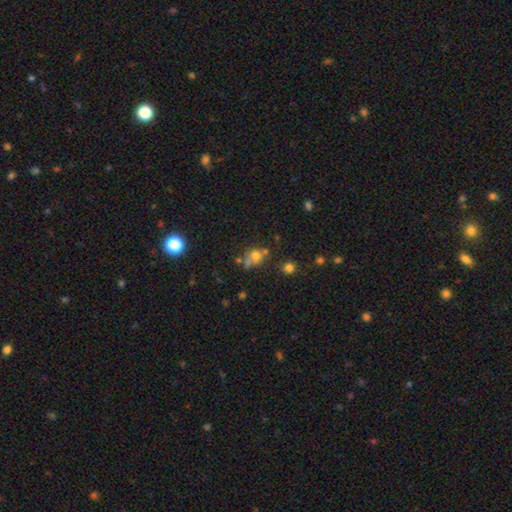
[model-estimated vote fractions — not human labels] Q: Smooth or featured?
A: smooth (65%); runner-up: star or artifact (19%)
Q: How rounded?
A: round (73%); runner-up: in between (26%)
Q: Merging?
A: none (44%); runner-up: merger (32%)